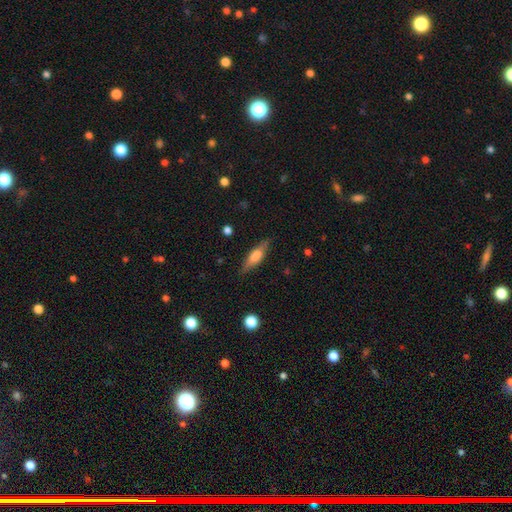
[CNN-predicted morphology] Overall: smooth (53%; featured or disk 40%). How rounded: cigar-shaped (57%; in between 40%). Merging: none (82%).